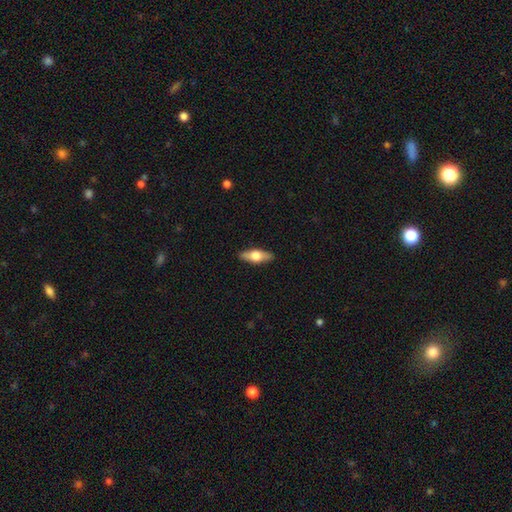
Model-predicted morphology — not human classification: The model was most divided on "smooth or featured": smooth: 51%, featured or disk: 44%, star or artifact: 6%. More confident: merging — none (89%); how rounded — in between (64%).